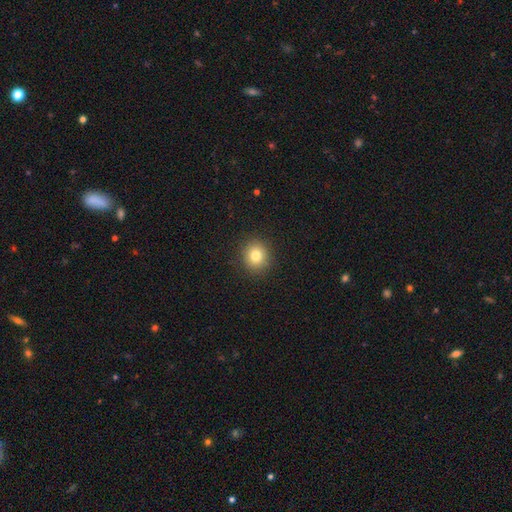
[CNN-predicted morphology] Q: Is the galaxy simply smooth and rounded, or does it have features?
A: smooth — 80%.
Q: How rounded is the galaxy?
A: round — 88%.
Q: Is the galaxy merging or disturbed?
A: none — 91%.